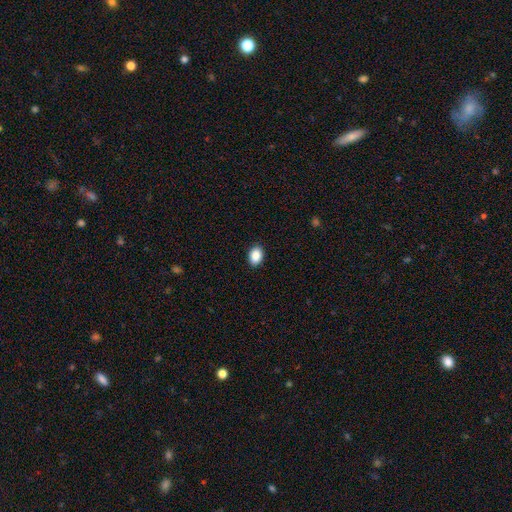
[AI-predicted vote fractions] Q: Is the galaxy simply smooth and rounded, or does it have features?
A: smooth — 89%.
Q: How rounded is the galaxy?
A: in between — 80%.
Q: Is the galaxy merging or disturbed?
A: none — 90%.